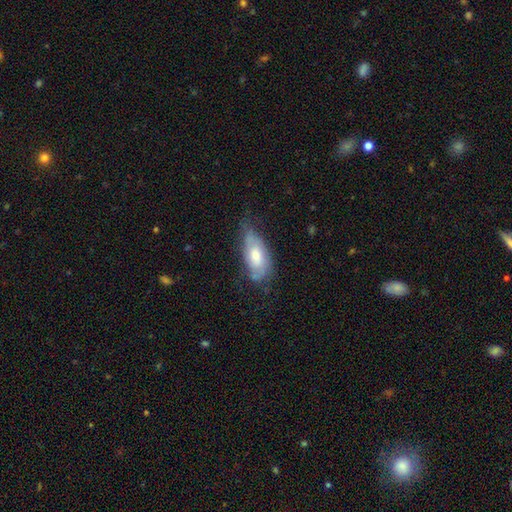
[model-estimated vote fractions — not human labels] smooth 55%, featured or disk 38%, star or artifact 7%. Down the decision tree: how rounded — in between (85%); merging — none (47%).